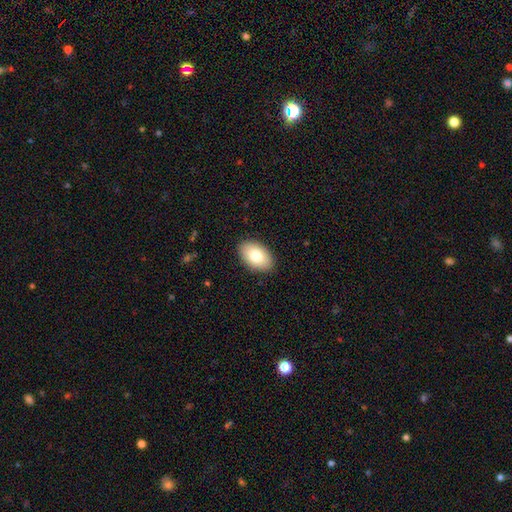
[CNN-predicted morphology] The model was most divided on "smooth or featured": smooth: 80%, featured or disk: 13%, star or artifact: 7%. More confident: how rounded — in between (92%); merging — none (89%).